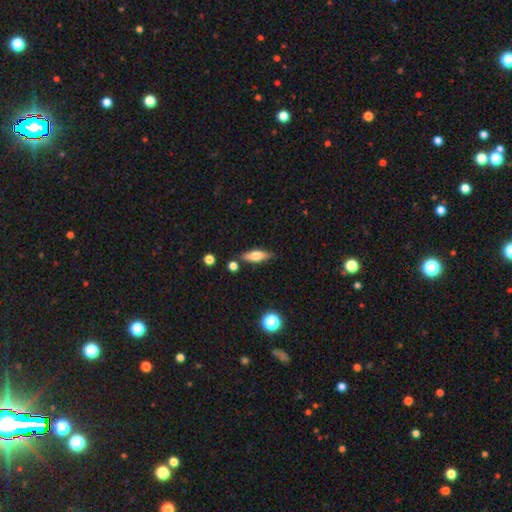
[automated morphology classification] The model was most divided on "how rounded": in between: 53%, cigar-shaped: 44%, round: 3%. More confident: merging — none (78%); smooth or featured — smooth (60%).